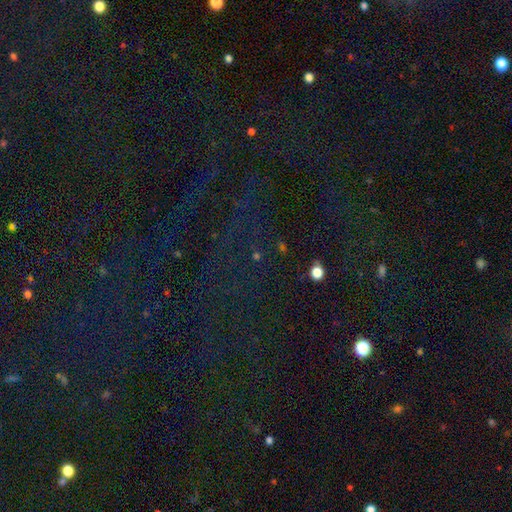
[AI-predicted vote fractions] This is likely a star or artifact rather than a galaxy (76%).